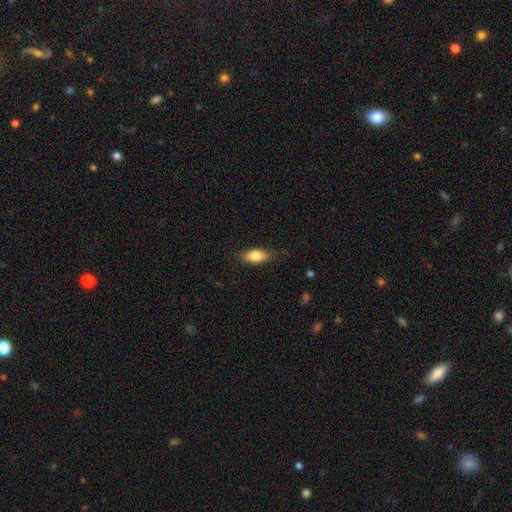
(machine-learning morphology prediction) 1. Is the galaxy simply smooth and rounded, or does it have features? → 79% smooth, 14% featured or disk, 7% star or artifact.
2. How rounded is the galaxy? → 84% in between, 11% cigar-shaped, 4% round.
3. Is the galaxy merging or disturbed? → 75% none, 20% minor disturbance, 4% major disturbance, 1% merger.